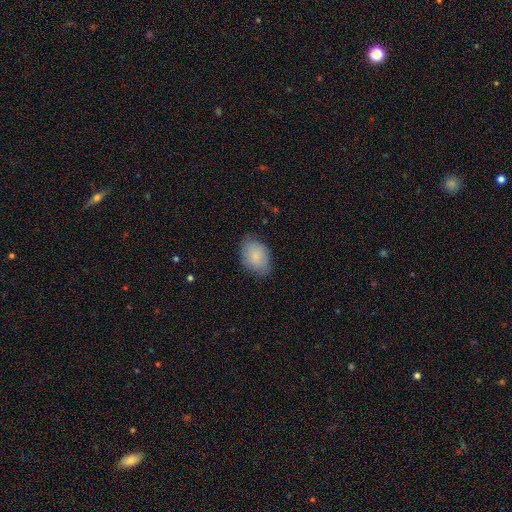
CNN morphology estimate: Q: Smooth or featured?
A: smooth (85%); runner-up: featured or disk (8%)
Q: How rounded?
A: in between (83%); runner-up: round (16%)
Q: Merging?
A: none (76%); runner-up: minor disturbance (19%)